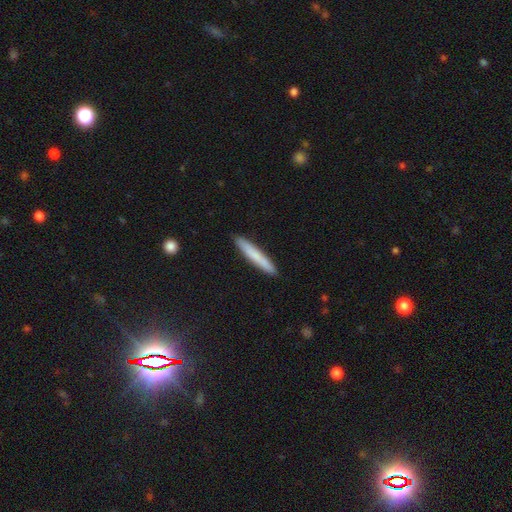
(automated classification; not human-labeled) Smooth or featured? Predicted: smooth (p=0.75). How rounded? Predicted: cigar-shaped (p=0.95). Merging? Predicted: none (p=0.91).